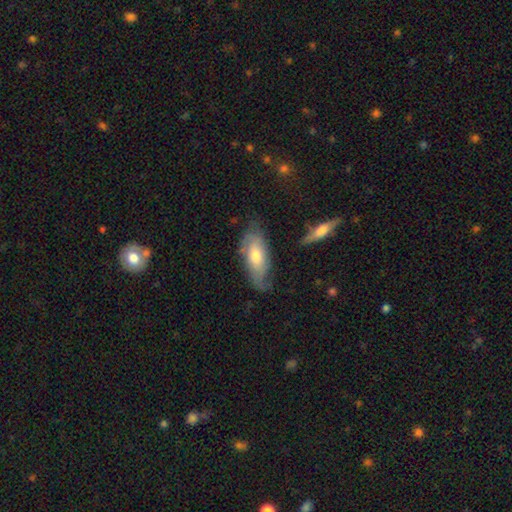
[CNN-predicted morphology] The model was most divided on "smooth or featured": smooth: 50%, featured or disk: 44%, star or artifact: 6%. More confident: merging — none (57%).